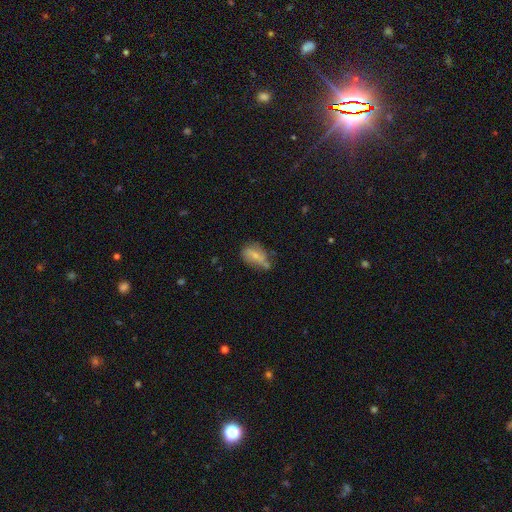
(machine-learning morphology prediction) Smooth or featured?
  - smooth: 59% *
  - featured or disk: 32%
  - star or artifact: 9%
How rounded?
  - in between: 81% *
  - round: 14%
  - cigar-shaped: 5%
Merging?
  - none: 42% *
  - minor disturbance: 31%
  - merger: 15%
  - major disturbance: 12%